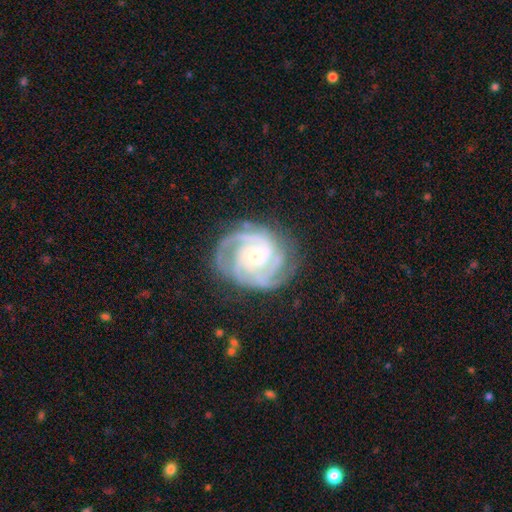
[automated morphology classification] featured or disk 91%, star or artifact 5%, smooth 4%. Down the decision tree: edge-on disk — no (98%); bar — no (65%); spiral arms — yes (98%); spiral arm count — 3 (41%); spiral winding — tight (67%); bulge size — small (75%); merging — none (76%).